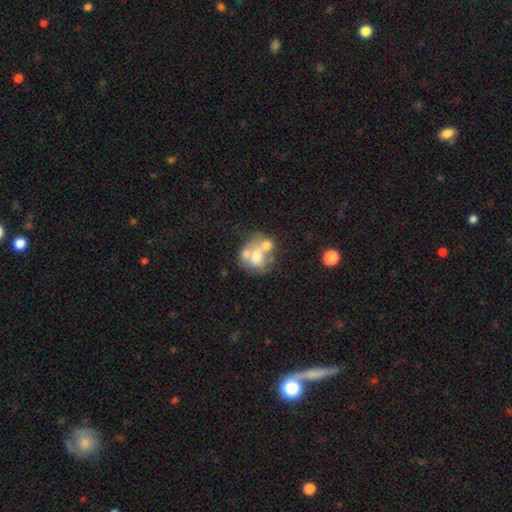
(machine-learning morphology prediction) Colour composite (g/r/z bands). It shows a smooth galaxy with no disk features (45%). Merging: merger (52%).